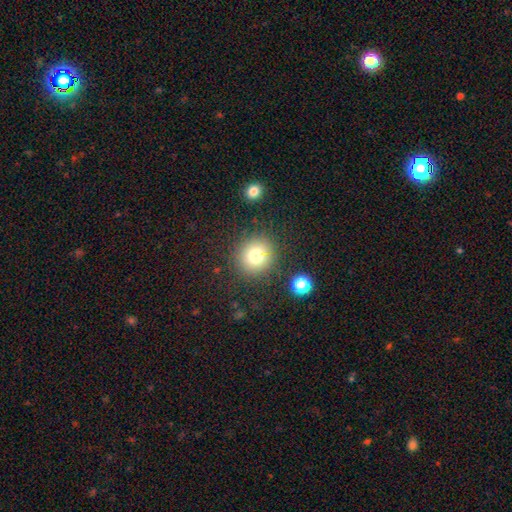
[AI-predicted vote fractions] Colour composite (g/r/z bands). It shows a smooth galaxy with no disk features (76%) that is round (89%). Merging: none (85%).